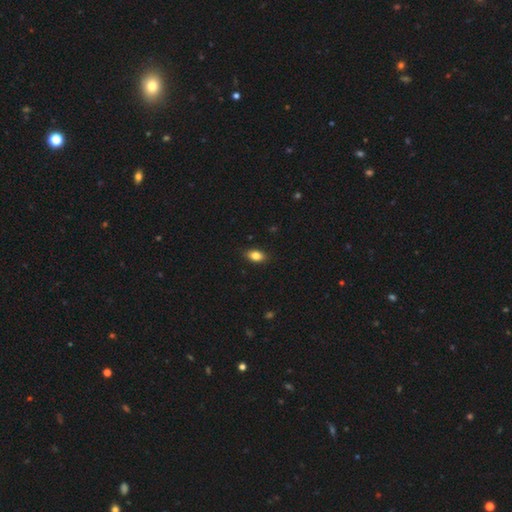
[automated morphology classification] Smooth or featured: smooth — 82% (featured or disk — 9%)
How rounded: in between — 84% (round — 12%)
Merging: none — 87% (minor disturbance — 10%)